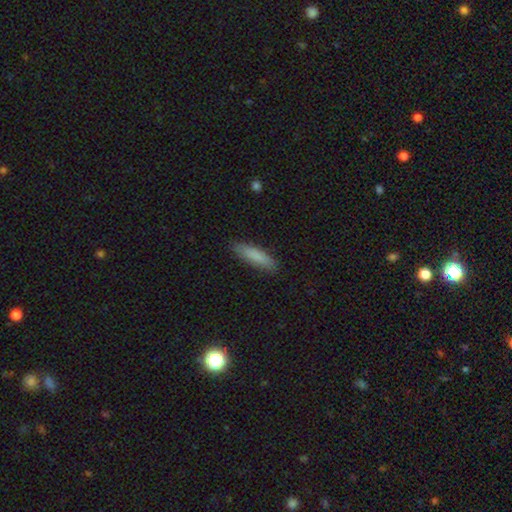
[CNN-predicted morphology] Q: Smooth or featured?
A: smooth (84%); runner-up: featured or disk (10%)
Q: How rounded?
A: cigar-shaped (73%); runner-up: in between (26%)
Q: Merging?
A: none (88%); runner-up: minor disturbance (9%)